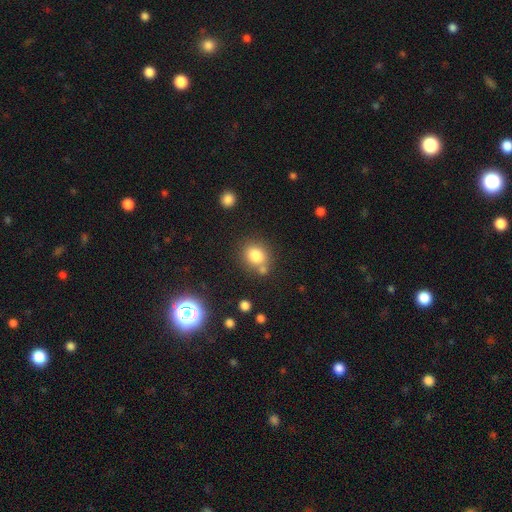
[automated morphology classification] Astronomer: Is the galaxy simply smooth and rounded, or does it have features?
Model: smooth — 80%.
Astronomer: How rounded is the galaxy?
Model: round — 73%.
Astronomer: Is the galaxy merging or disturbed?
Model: none — 65%.